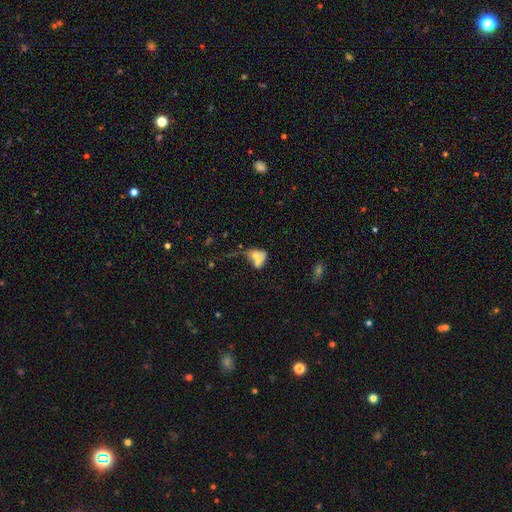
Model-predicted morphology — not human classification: Q: Smooth or featured?
A: smooth (62%); runner-up: featured or disk (26%)
Q: How rounded?
A: in between (71%); runner-up: round (26%)
Q: Merging?
A: merger (45%); runner-up: none (21%)